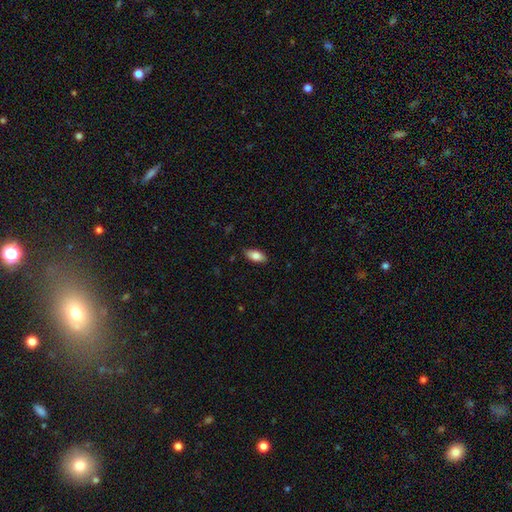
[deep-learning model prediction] Smooth or featured: smooth — 81% (featured or disk — 13%)
How rounded: in between — 87% (cigar-shaped — 10%)
Merging: none — 87% (minor disturbance — 10%)